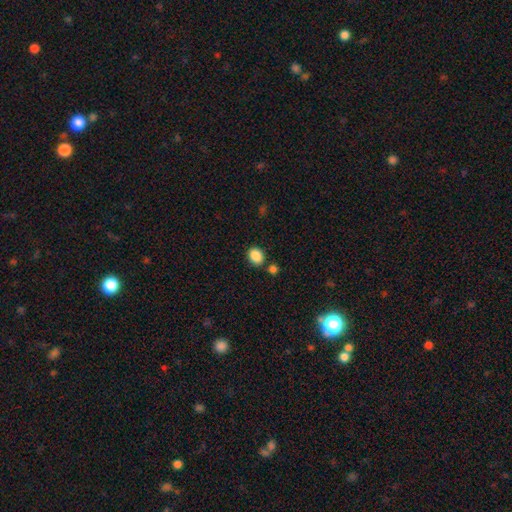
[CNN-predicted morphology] This is clearly a smooth galaxy (87%). How rounded: possibly in between (51%). Merging: likely none (78%).